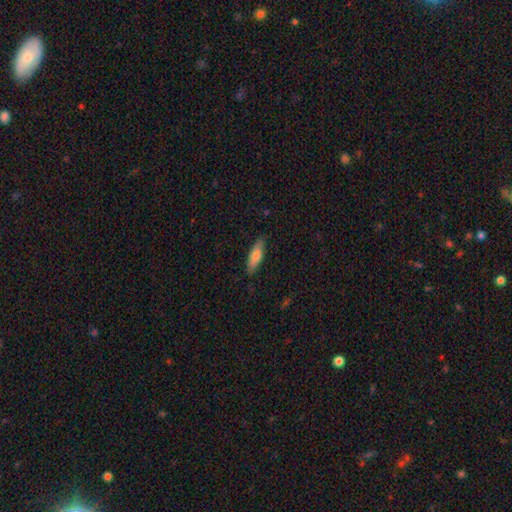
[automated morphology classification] Overall: smooth (72%). How rounded: cigar-shaped (56%; in between 42%). Merging: none (85%).